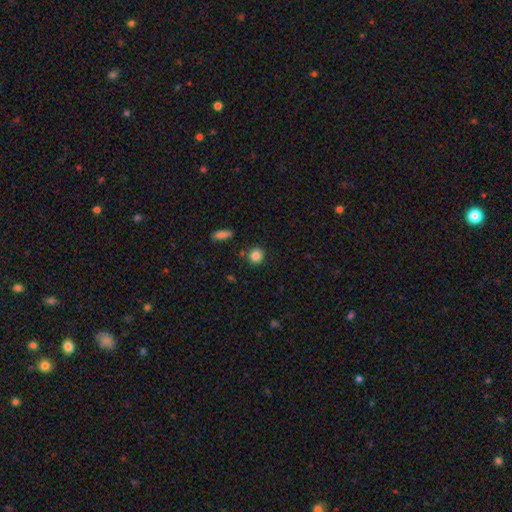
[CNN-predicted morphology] This is clearly a smooth galaxy (86%). How rounded: clearly round (88%). Merging: clearly none (86%).